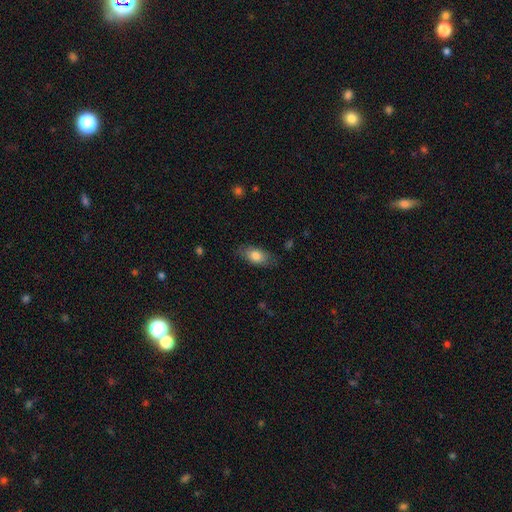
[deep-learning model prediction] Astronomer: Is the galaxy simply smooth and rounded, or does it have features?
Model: smooth — 79%.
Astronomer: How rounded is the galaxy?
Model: in between — 88%.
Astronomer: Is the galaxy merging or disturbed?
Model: none — 79%.